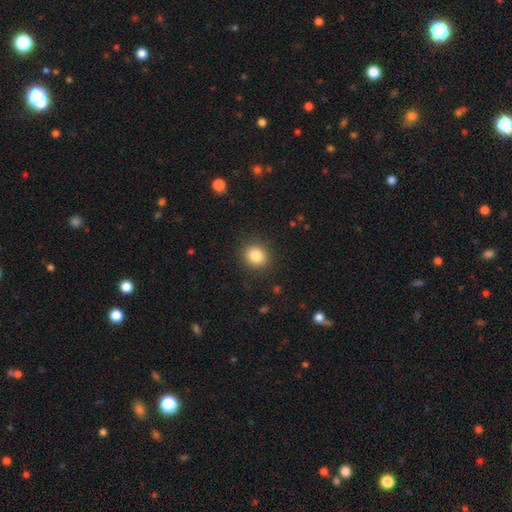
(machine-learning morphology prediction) smooth-or-featured: smooth: 84% | star or artifact: 10% | featured or disk: 6%
  how-rounded: round: 79% | in between: 20% | cigar-shaped: 1%
  merging: none: 89% | minor disturbance: 7% | major disturbance: 3% | merger: 1%